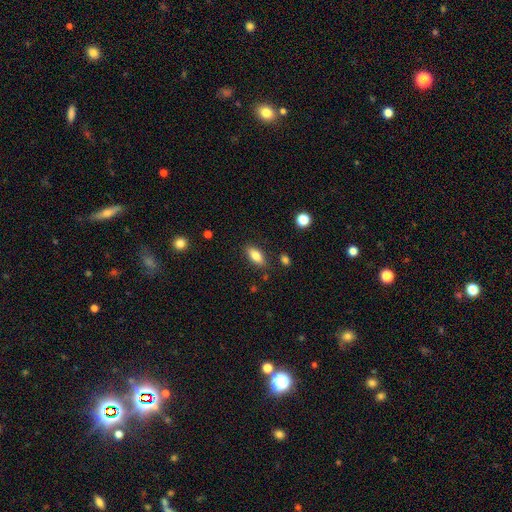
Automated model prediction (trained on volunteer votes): A smooth galaxy with no disk features (82%) that is in between round and cigar-shaped (84%). Merging: none (84%).